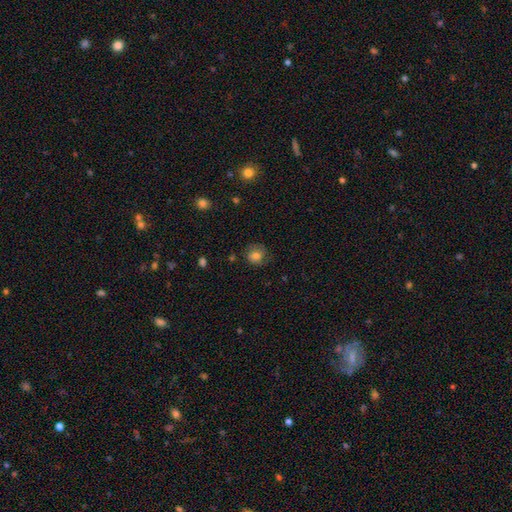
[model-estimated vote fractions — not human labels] Overall: smooth (71%). How rounded: round (84%). Merging: none (72%).